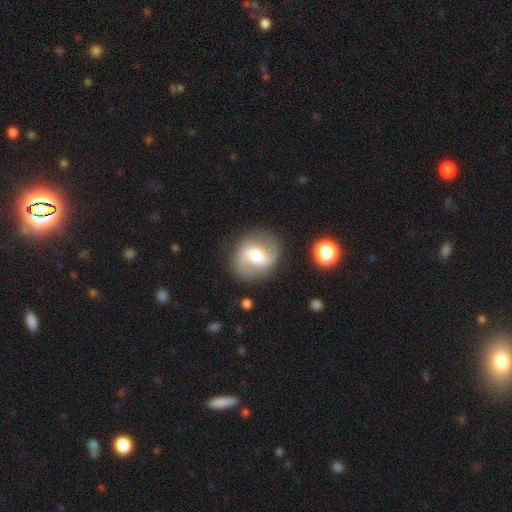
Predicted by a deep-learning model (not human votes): The model was most divided on "spiral winding": medium: 44%, loose: 43%, tight: 13%. Remaining: edge-on disk — no (97%); spiral arm count — 2 (90%); spiral arms — yes (86%); merging — none (82%); smooth or featured — featured or disk (67%); bulge size — moderate (66%); bar — weak (50%).